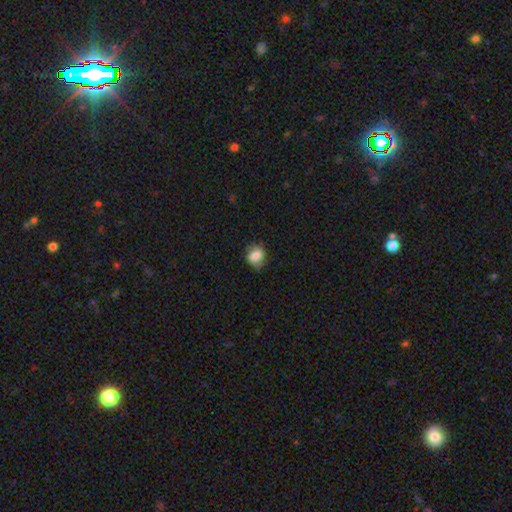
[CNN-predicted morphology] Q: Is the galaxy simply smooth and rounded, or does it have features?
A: smooth — 70%.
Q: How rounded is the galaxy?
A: round — 59%.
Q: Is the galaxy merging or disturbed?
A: none — 74%.